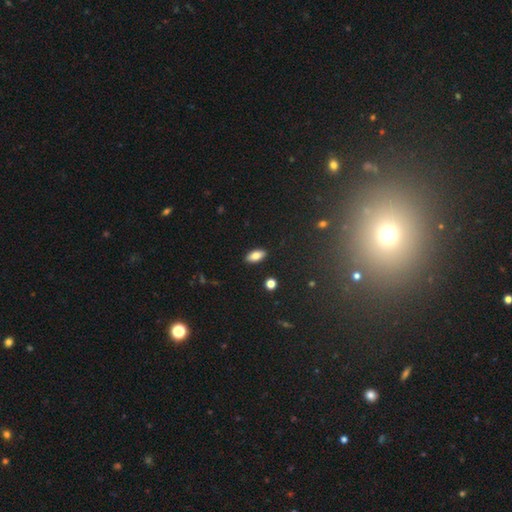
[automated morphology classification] Overall: smooth (80%). How rounded: in between (89%). Merging: none (89%).